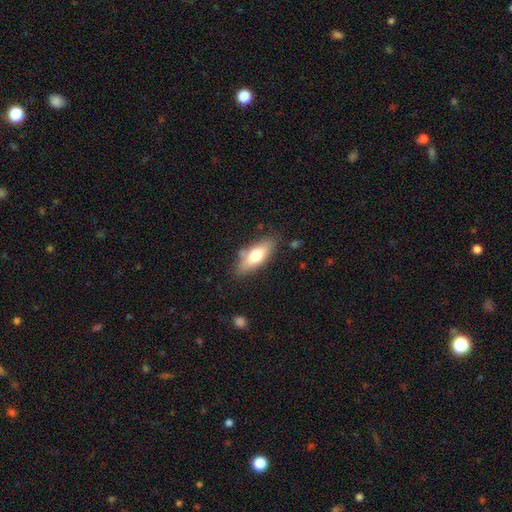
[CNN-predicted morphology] This appears to be a smooth galaxy with no disk features (65%) that is in between round and cigar-shaped (66%). Merging: none (75%).